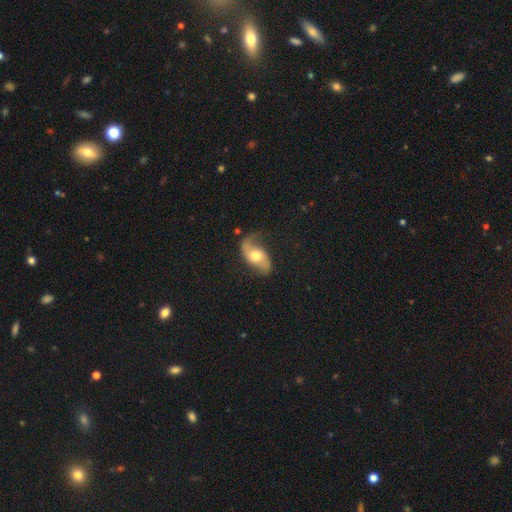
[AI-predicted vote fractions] Q: Smooth or featured?
A: featured or disk (73%); runner-up: smooth (21%)
Q: Edge-on disk?
A: no (94%); runner-up: yes (6%)
Q: Bar?
A: no (58%); runner-up: weak (30%)
Q: Spiral arms?
A: yes (92%); runner-up: no (8%)
Q: Spiral winding?
A: loose (73%); runner-up: medium (21%)
Q: Spiral arm count?
A: 2 (87%); runner-up: 1 (7%)
Q: Bulge size?
A: moderate (69%); runner-up: small (15%)
Q: Merging?
A: none (65%); runner-up: minor disturbance (21%)